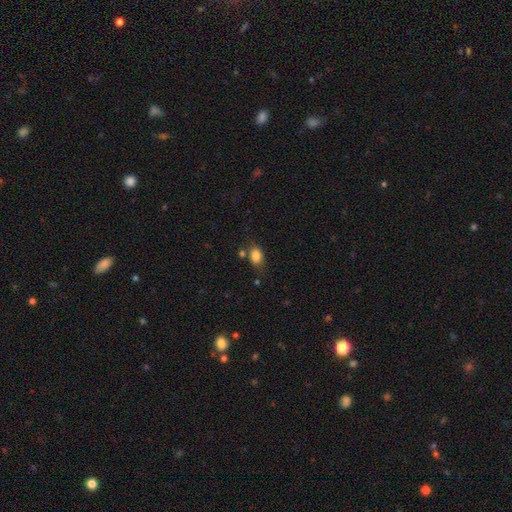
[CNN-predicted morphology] A smooth galaxy with no disk features (84%) that is in between round and cigar-shaped (76%). Merging: none (65%).